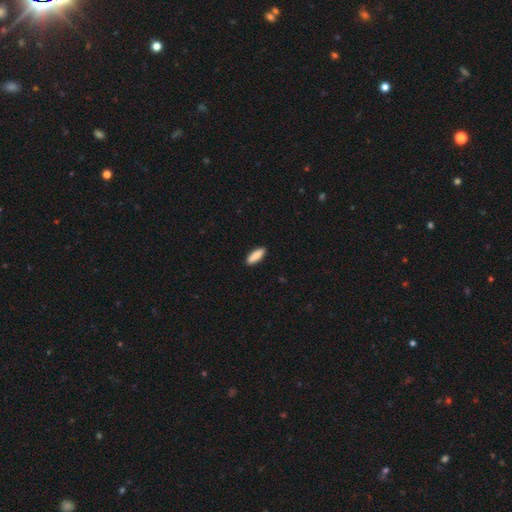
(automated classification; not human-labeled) Smooth or featured: smooth — 86% (featured or disk — 8%)
How rounded: in between — 58% (cigar-shaped — 40%)
Merging: none — 90% (minor disturbance — 7%)